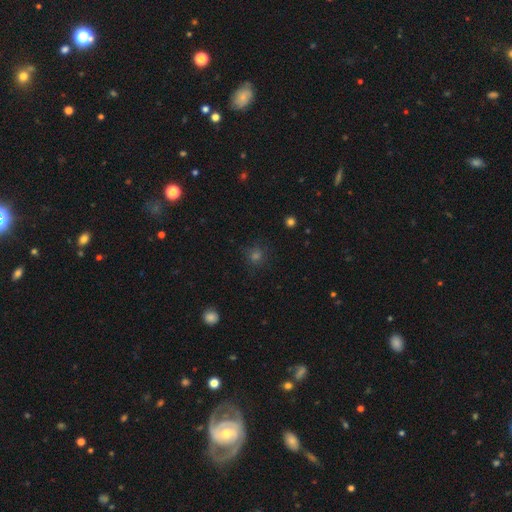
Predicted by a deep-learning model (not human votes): smooth 61%, star or artifact 32%, featured or disk 7%. Down the decision tree: how rounded — round (92%); merging — none (87%).